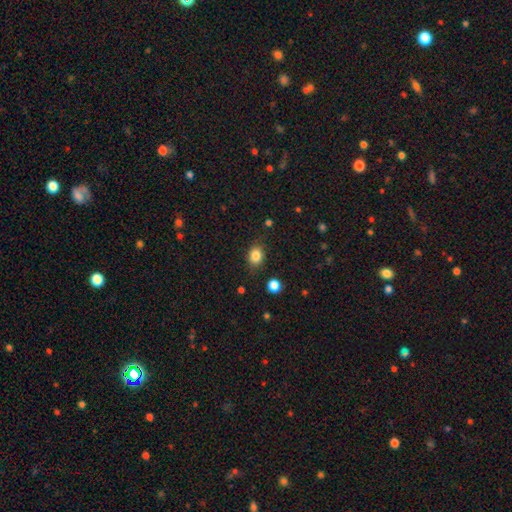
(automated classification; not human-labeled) This appears to be a smooth galaxy with no disk features (84%) that is round (51%). Merging: none (80%).